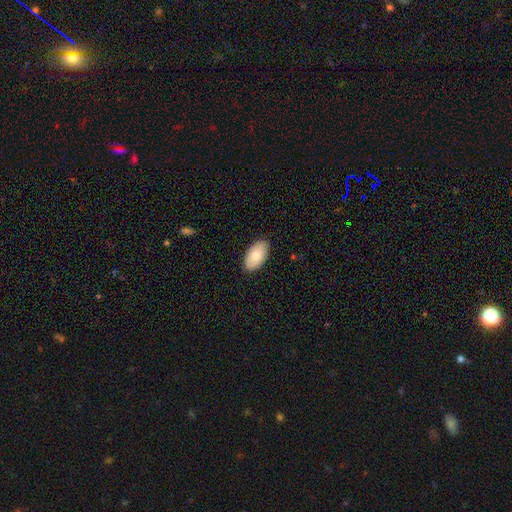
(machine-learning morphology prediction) This is clearly a smooth galaxy (83%). How rounded: clearly in between (96%). Merging: clearly none (88%).